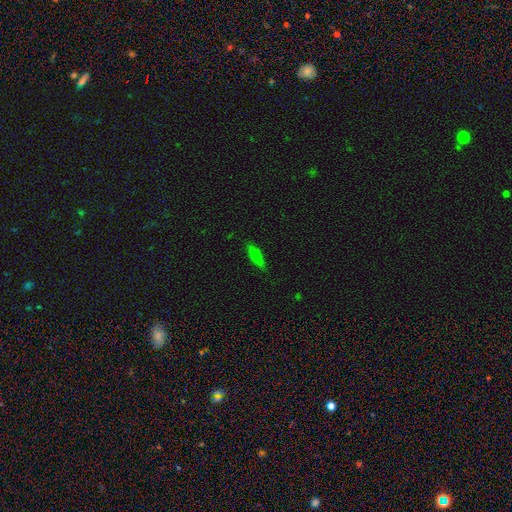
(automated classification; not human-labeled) Overall: smooth (53%; featured or disk 39%). How rounded: cigar-shaped (75%). Merging: none (87%).